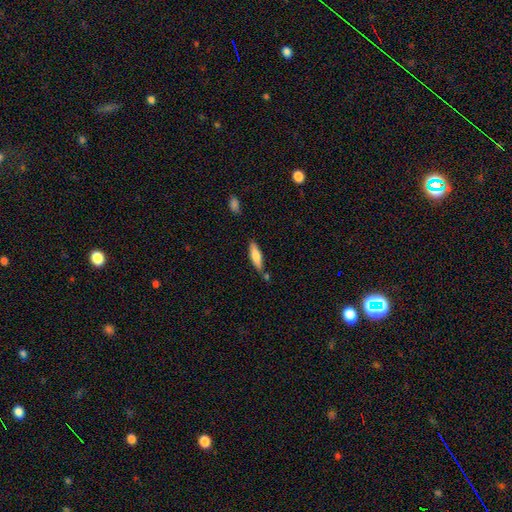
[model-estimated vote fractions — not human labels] The model was most divided on "how rounded": cigar-shaped: 63%, in between: 36%, round: 2%. More confident: merging — none (74%); smooth or featured — smooth (70%).